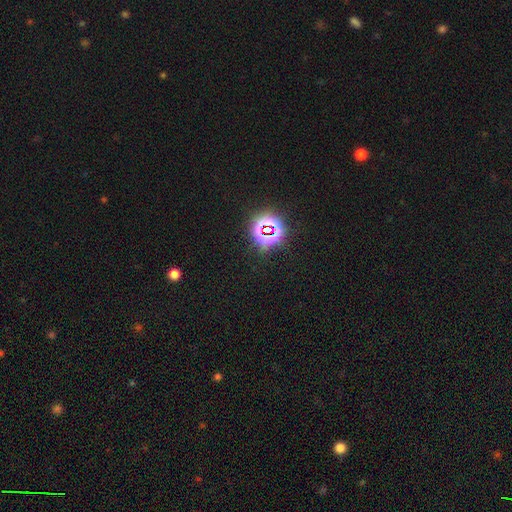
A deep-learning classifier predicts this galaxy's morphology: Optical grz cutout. It shows a star or artifact, not a galaxy (80%).